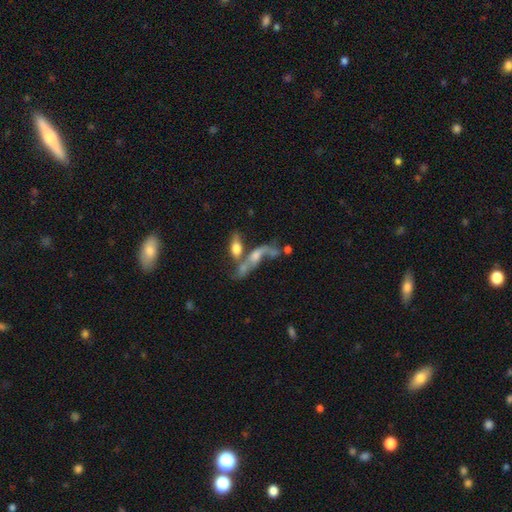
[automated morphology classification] Smooth or featured? Predicted: featured or disk (p=0.55). Edge-on disk? Predicted: no (p=0.75). Merging? Predicted: merger (p=0.55).